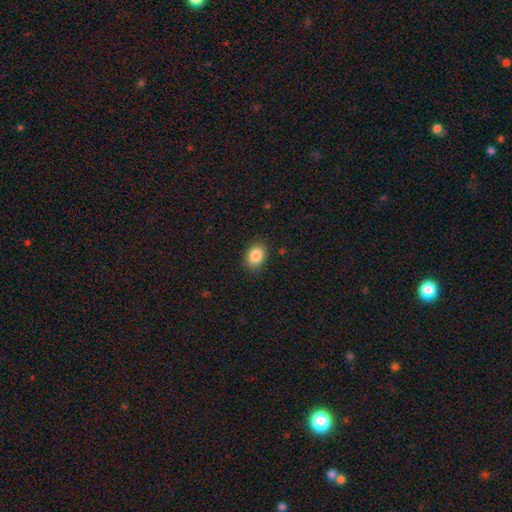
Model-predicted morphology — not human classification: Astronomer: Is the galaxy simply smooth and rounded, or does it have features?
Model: smooth — 86%.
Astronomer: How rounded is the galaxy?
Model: in between — 70%.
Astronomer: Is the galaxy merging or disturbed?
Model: none — 88%.